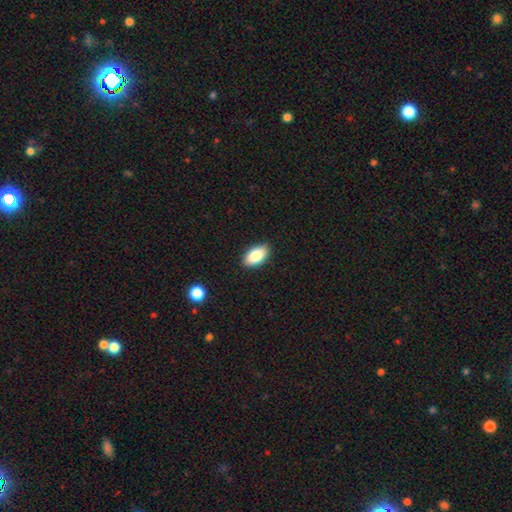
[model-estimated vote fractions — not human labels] This appears to be a smooth galaxy with no disk features (85%) that is in between round and cigar-shaped (94%). Merging: none (89%).